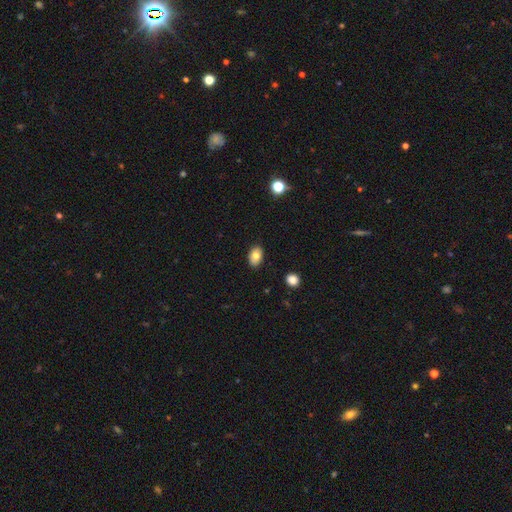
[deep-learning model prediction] Smooth or featured? smooth (78%)
How rounded? in between (87%)
Merging? none (86%)